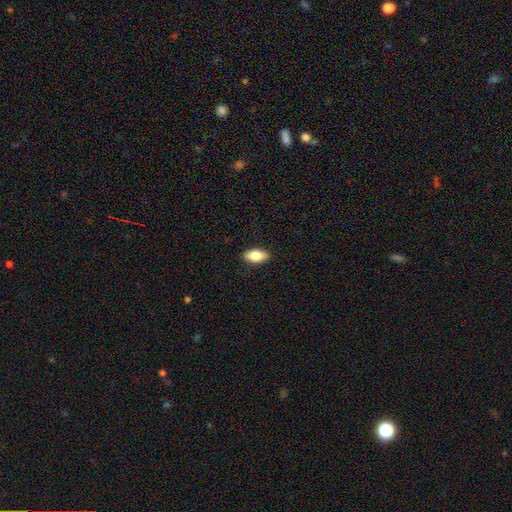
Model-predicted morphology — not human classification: Smooth or featured?
  - smooth: 80% *
  - featured or disk: 13%
  - star or artifact: 7%
How rounded?
  - in between: 87% *
  - cigar-shaped: 9%
  - round: 3%
Merging?
  - none: 89% *
  - minor disturbance: 8%
  - major disturbance: 2%
  - merger: 1%